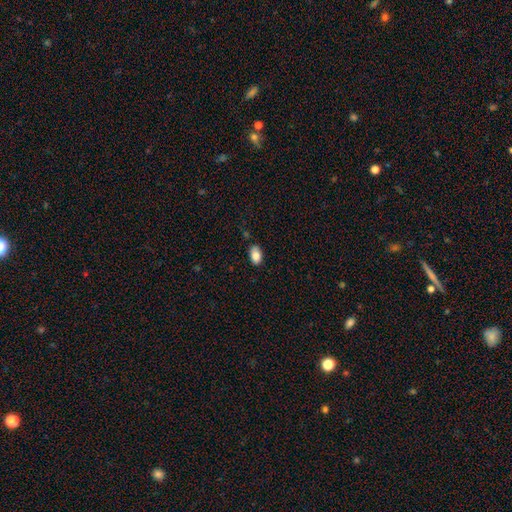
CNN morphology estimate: smooth-or-featured: smooth: 83% | featured or disk: 9% | star or artifact: 8%
  how-rounded: in between: 90% | round: 9% | cigar-shaped: 1%
  merging: none: 79% | minor disturbance: 16% | major disturbance: 3% | merger: 2%